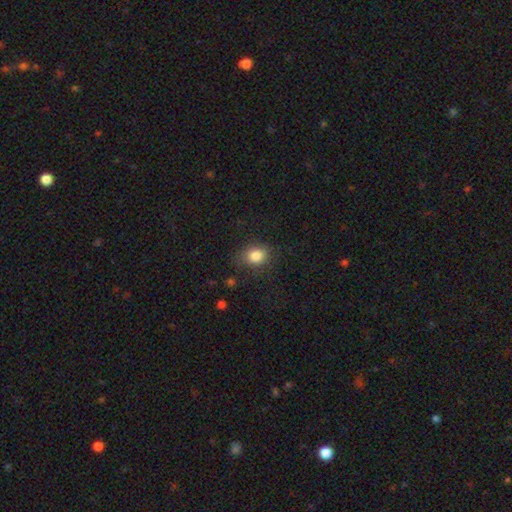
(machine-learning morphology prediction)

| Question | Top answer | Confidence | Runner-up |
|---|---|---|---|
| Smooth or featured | smooth | 84% | star or artifact (10%) |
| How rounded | round | 54% | in between (45%) |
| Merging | none | 75% | minor disturbance (17%) |